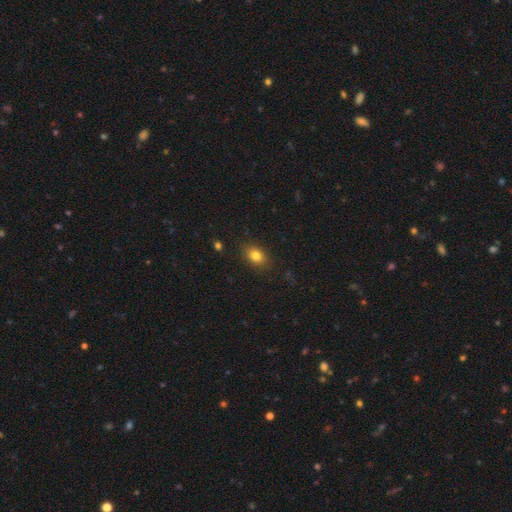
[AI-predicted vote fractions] Smooth or featured?
  - smooth: 82% *
  - star or artifact: 10%
  - featured or disk: 8%
How rounded?
  - in between: 73% *
  - round: 25%
  - cigar-shaped: 2%
Merging?
  - none: 85% *
  - minor disturbance: 11%
  - major disturbance: 3%
  - merger: 1%